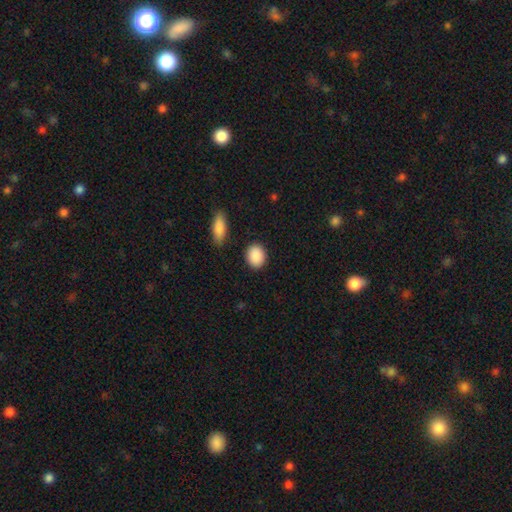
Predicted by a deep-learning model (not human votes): This is clearly a smooth galaxy (91%). How rounded: possibly in between (57%). Merging: clearly none (88%).